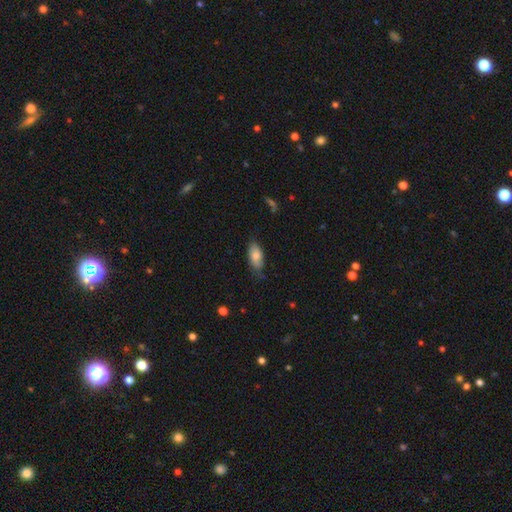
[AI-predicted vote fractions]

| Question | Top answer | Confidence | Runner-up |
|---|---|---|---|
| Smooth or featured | smooth | 78% | featured or disk (16%) |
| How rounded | in between | 88% | cigar-shaped (10%) |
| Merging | none | 67% | minor disturbance (26%) |